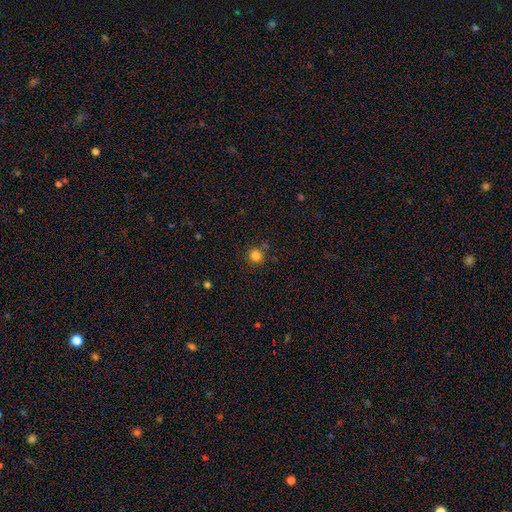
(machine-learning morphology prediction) Smooth or featured?
  - smooth: 83% *
  - star or artifact: 13%
  - featured or disk: 4%
How rounded?
  - round: 92% *
  - in between: 7%
  - cigar-shaped: 1%
Merging?
  - none: 84% *
  - minor disturbance: 8%
  - merger: 5%
  - major disturbance: 3%